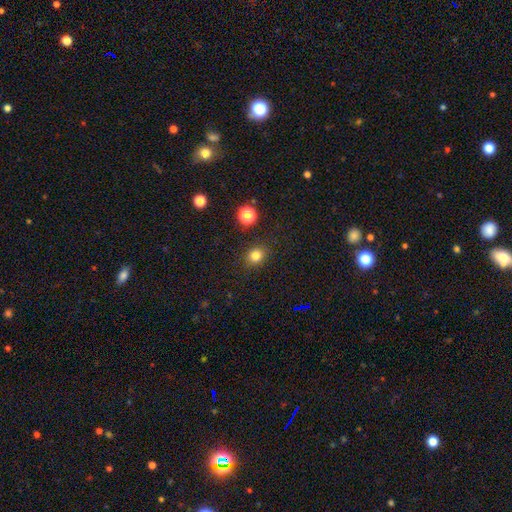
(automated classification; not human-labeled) smooth-or-featured: smooth: 81% | star or artifact: 14% | featured or disk: 5%
  how-rounded: round: 73% | in between: 26% | cigar-shaped: 1%
  merging: none: 87% | minor disturbance: 9% | major disturbance: 3% | merger: 2%